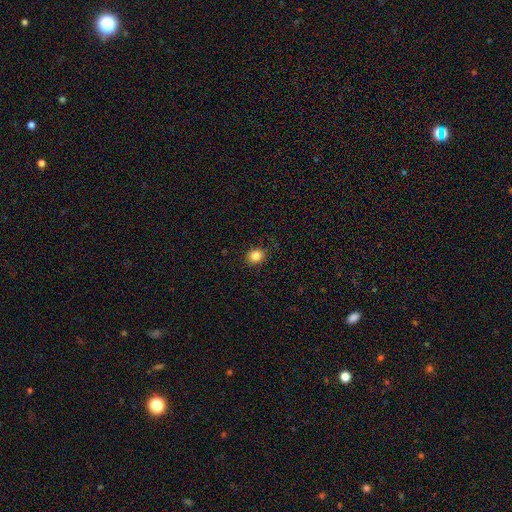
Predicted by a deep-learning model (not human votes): Q: Smooth or featured?
A: smooth (85%); runner-up: star or artifact (11%)
Q: How rounded?
A: round (72%); runner-up: in between (27%)
Q: Merging?
A: none (88%); runner-up: minor disturbance (9%)